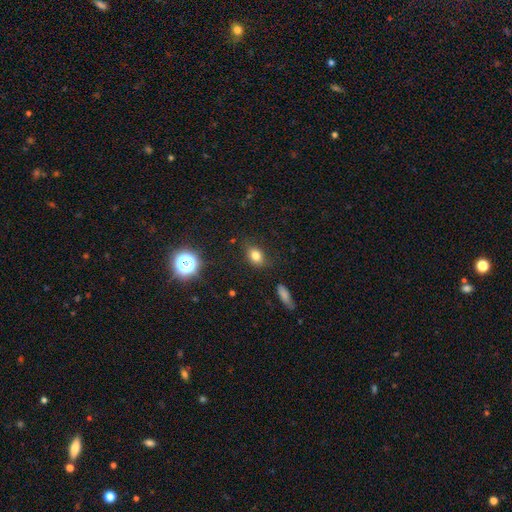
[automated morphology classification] smooth_or_featured: smooth (p=0.78) [alt: star or artifact p=0.14]
how_rounded: in between (p=0.67) [alt: round p=0.31]
merging: none (p=0.80) [alt: minor disturbance p=0.14]